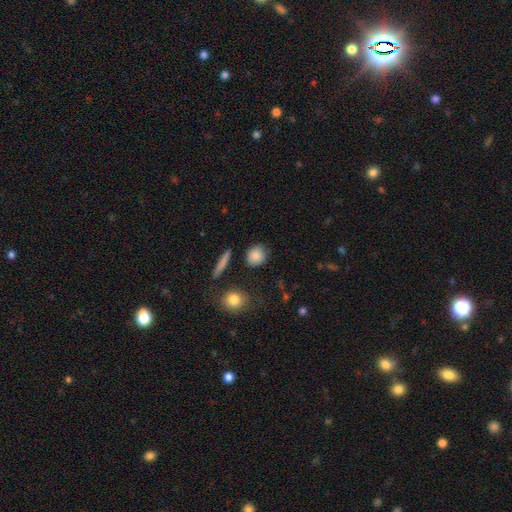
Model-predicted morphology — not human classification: The model was most divided on "how rounded": round: 73%, in between: 24%, cigar-shaped: 3%. More confident: smooth or featured — smooth (86%); merging — none (82%).